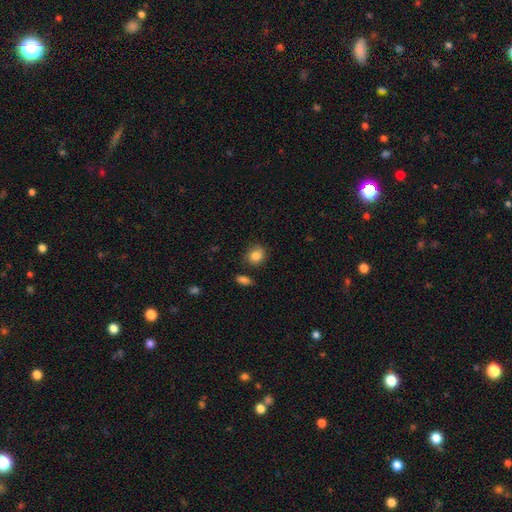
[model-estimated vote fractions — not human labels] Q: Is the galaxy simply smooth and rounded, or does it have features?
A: smooth — 84%.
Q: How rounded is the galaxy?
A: round — 65%.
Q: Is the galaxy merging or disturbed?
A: none — 76%.